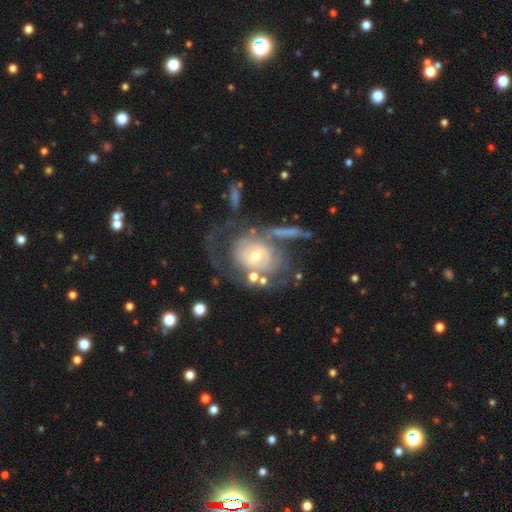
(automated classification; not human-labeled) Smooth or featured?
  - featured or disk: 76% *
  - smooth: 18%
  - star or artifact: 7%
Edge-on disk?
  - no: 95% *
  - yes: 5%
Bar?
  - no: 65% *
  - weak: 27%
  - strong: 9%
Spiral arms?
  - yes: 70% *
  - no: 30%
Spiral winding?
  - tight: 57% *
  - medium: 27%
  - loose: 16%
Spiral arm count?
  - can't tell: 44% *
  - 2: 32%
  - 1: 9%
  - 3: 7%
  - 4: 4%
  - more than 4: 3%
Bulge size?
  - moderate: 49% *
  - small: 44%
  - large: 5%
  - none: 1%
  - dominant: 1%
Merging?
  - none: 40% *
  - major disturbance: 30%
  - minor disturbance: 18%
  - merger: 13%